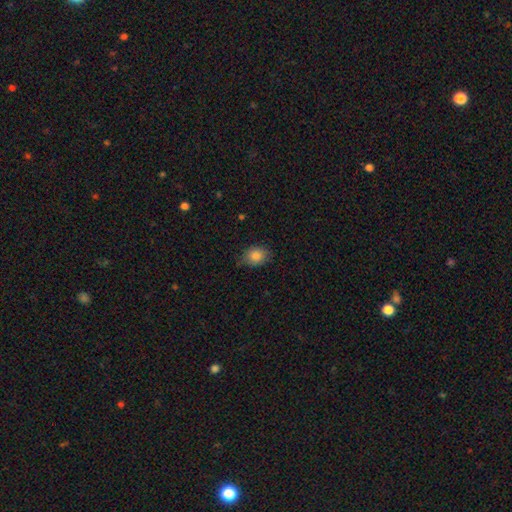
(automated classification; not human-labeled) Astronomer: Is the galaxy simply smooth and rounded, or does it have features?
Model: smooth — 86%.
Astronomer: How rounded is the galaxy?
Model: in between — 62%.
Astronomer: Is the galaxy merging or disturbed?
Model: none — 73%.